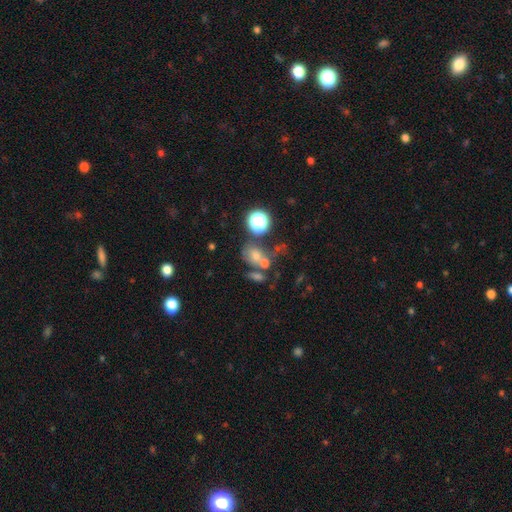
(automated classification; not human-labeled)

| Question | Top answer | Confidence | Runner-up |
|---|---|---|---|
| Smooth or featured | smooth | 61% | star or artifact (22%) |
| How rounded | round | 53% | in between (46%) |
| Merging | merger | 40% | none (37%) |